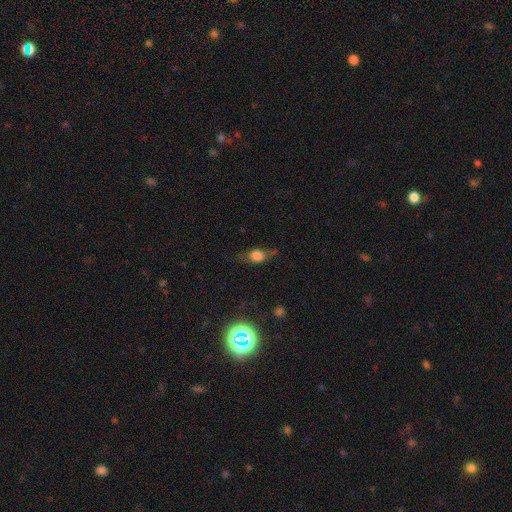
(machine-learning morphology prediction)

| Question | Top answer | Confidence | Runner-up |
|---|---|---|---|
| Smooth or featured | smooth | 58% | featured or disk (28%) |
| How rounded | in between | 59% | round (28%) |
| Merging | none | 58% | minor disturbance (25%) |